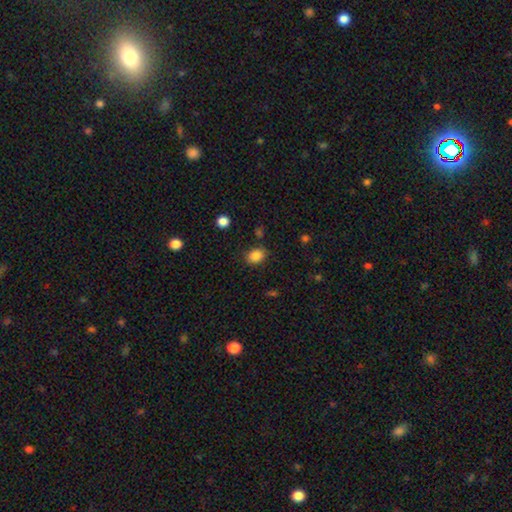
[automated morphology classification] smooth 85%, star or artifact 10%, featured or disk 5%. Down the decision tree: how rounded — in between (64%); merging — none (79%).